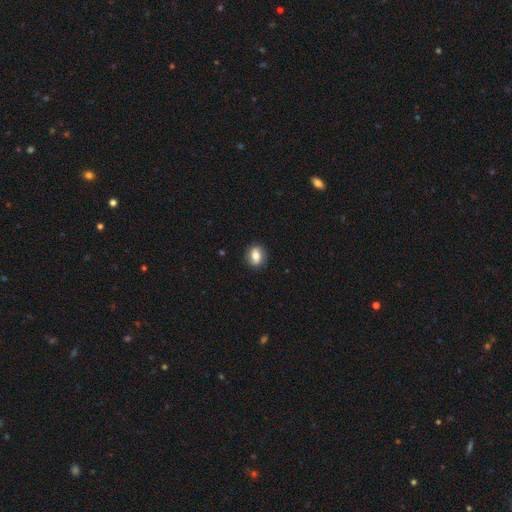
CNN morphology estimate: Smooth or featured? smooth (64%)
How rounded? in between (55%)
Merging? none (85%)